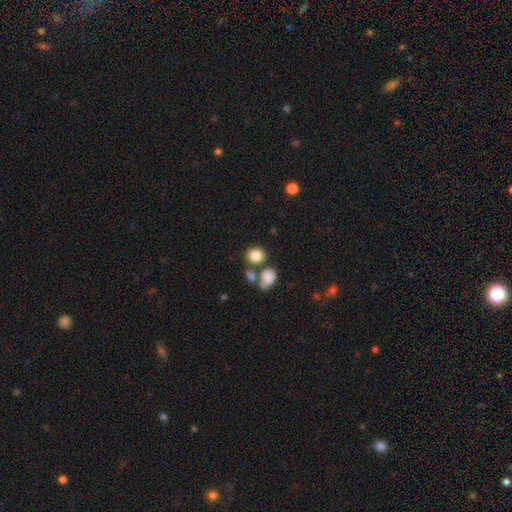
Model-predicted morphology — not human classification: smooth_or_featured: smooth (p=0.83) [alt: star or artifact p=0.09]
how_rounded: round (p=0.73) [alt: in between p=0.26]
merging: none (p=0.59) [alt: merger p=0.25]